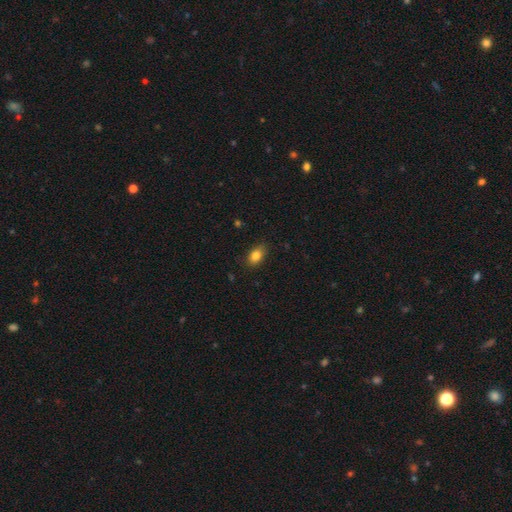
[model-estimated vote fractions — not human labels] Smooth or featured?
  - smooth: 84% *
  - star or artifact: 9%
  - featured or disk: 7%
How rounded?
  - in between: 85% *
  - round: 13%
  - cigar-shaped: 2%
Merging?
  - none: 84% *
  - minor disturbance: 12%
  - major disturbance: 2%
  - merger: 1%